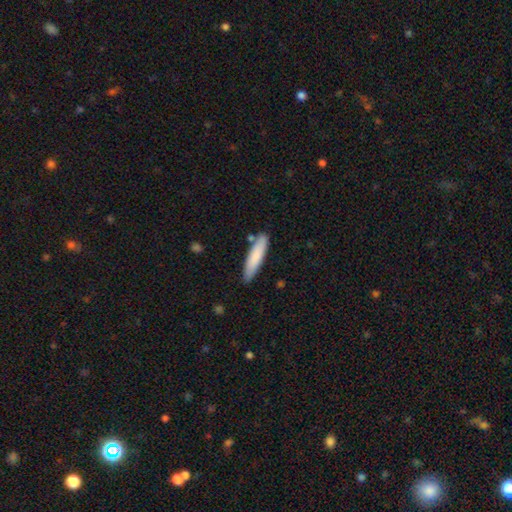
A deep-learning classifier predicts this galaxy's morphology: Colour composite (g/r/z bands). It shows a smooth galaxy with no disk features (81%) that is cigar-shaped (80%). Merging: none (82%).